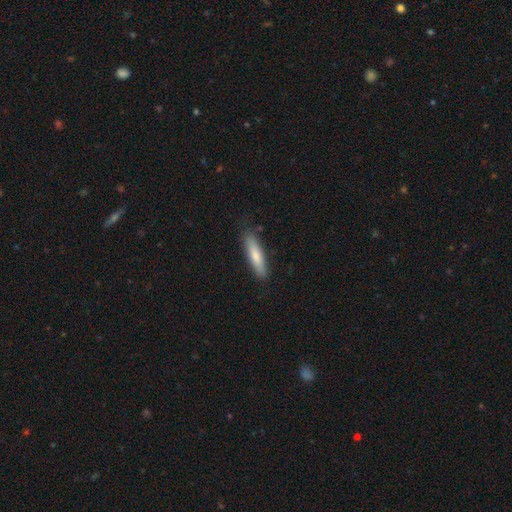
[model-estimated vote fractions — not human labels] smooth-or-featured: smooth: 76% | featured or disk: 18% | star or artifact: 6%
  how-rounded: cigar-shaped: 76% | in between: 22% | round: 1%
  merging: none: 84% | minor disturbance: 12% | major disturbance: 2% | merger: 1%